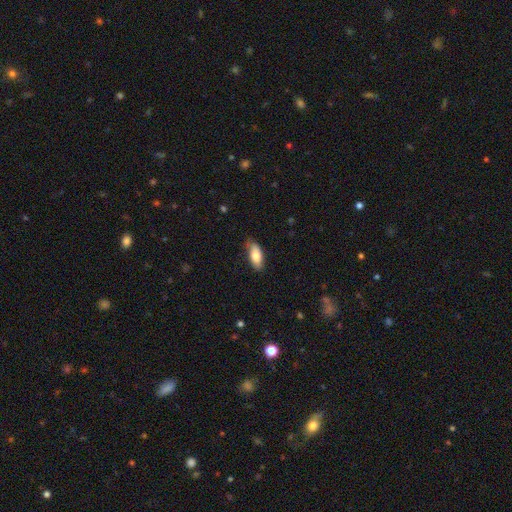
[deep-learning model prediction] The model was most divided on "smooth or featured": smooth: 77%, featured or disk: 17%, star or artifact: 6%. More confident: how rounded — in between (81%); merging — none (78%).